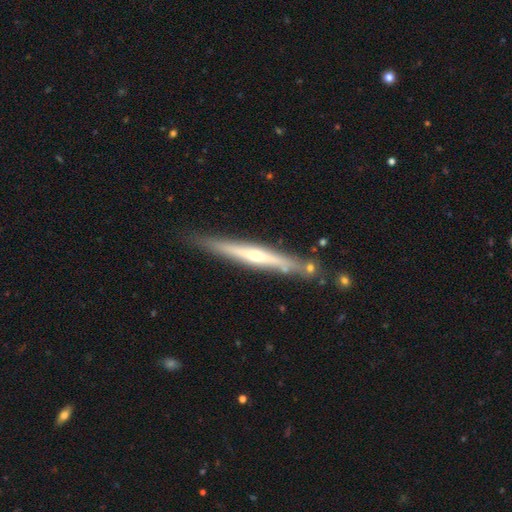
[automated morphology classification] Smooth or featured: featured or disk — 73% (smooth — 21%)
Edge-on disk: yes — 94% (no — 6%)
Edge-on bulge: rounded — 77% (none — 20%)
Merging: none — 82% (minor disturbance — 12%)